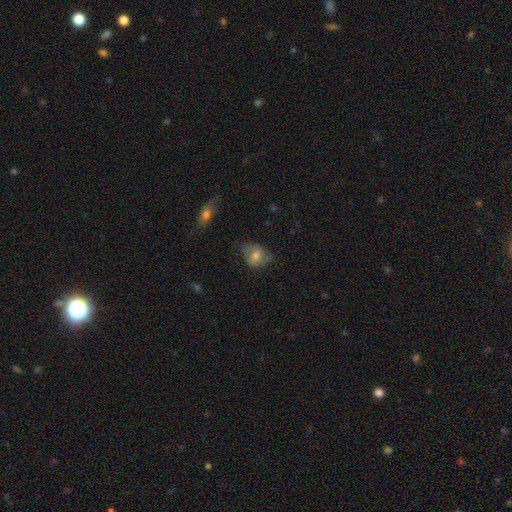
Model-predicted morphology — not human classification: Overall: smooth (62%; featured or disk 29%). How rounded: in between (60%; round 38%). Merging: none (60%; minor disturbance 29%).